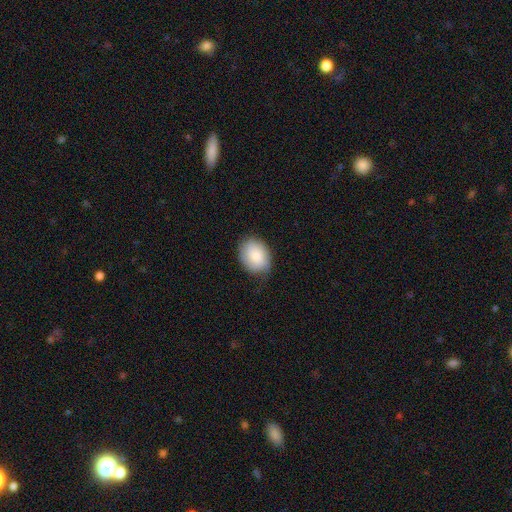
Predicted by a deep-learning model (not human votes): Smooth or featured? smooth (80%)
How rounded? in between (62%)
Merging? none (68%)